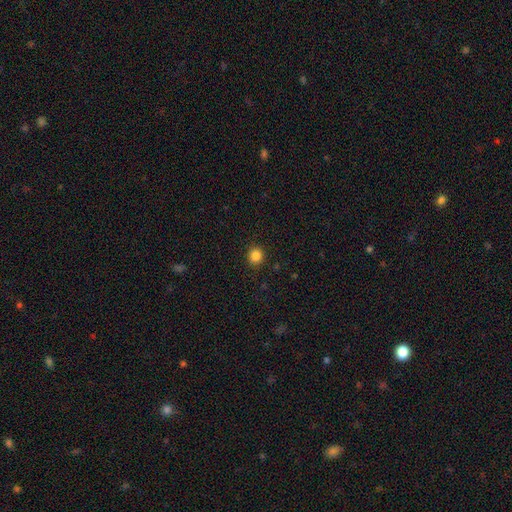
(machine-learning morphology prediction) smooth_or_featured: smooth (p=0.85) [alt: star or artifact p=0.11]
how_rounded: round (p=0.85) [alt: in between p=0.15]
merging: none (p=0.91) [alt: minor disturbance p=0.06]